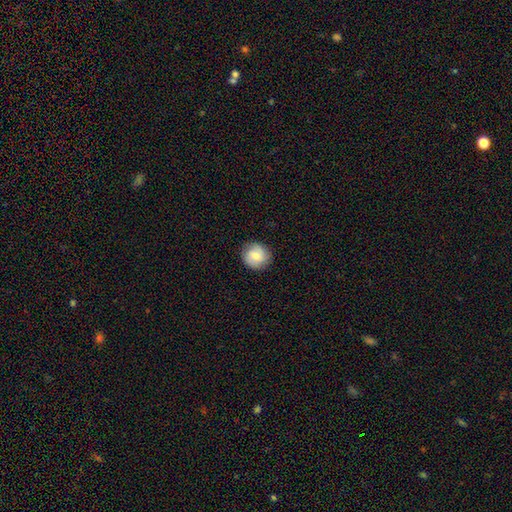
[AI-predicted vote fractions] Smooth or featured? smooth (70%)
How rounded? round (89%)
Merging? none (86%)